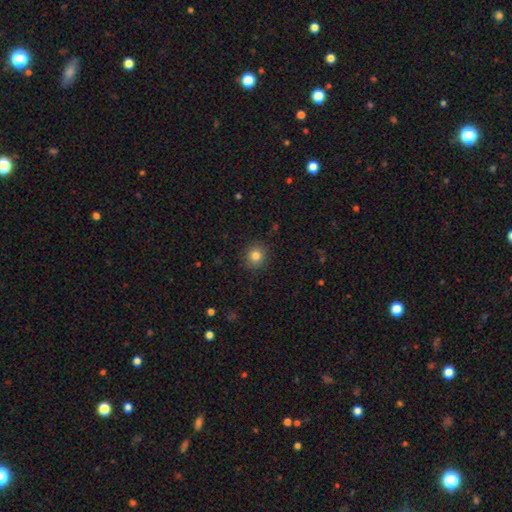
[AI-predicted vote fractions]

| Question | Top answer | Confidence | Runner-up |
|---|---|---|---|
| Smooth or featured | smooth | 83% | star or artifact (11%) |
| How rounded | round | 88% | in between (11%) |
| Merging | none | 90% | minor disturbance (7%) |